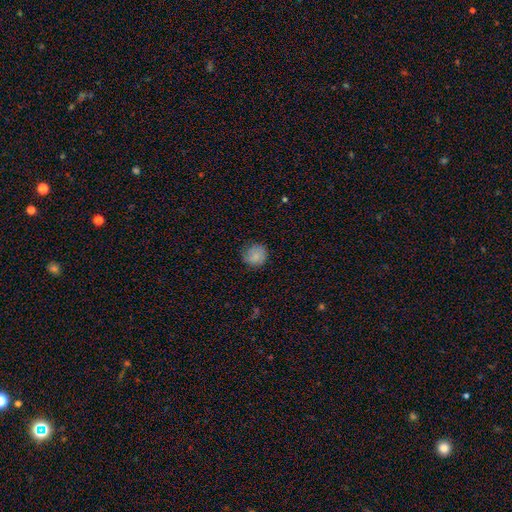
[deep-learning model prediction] smooth-or-featured: smooth: 81% | featured or disk: 10% | star or artifact: 9%
  how-rounded: round: 86% | in between: 13% | cigar-shaped: 1%
  merging: none: 76% | minor disturbance: 19% | major disturbance: 4% | merger: 1%